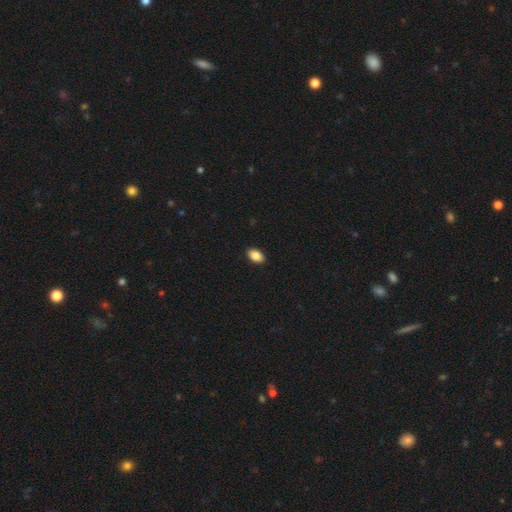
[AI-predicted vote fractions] smooth 87%, star or artifact 8%, featured or disk 5%. Down the decision tree: how rounded — in between (89%); merging — none (91%).